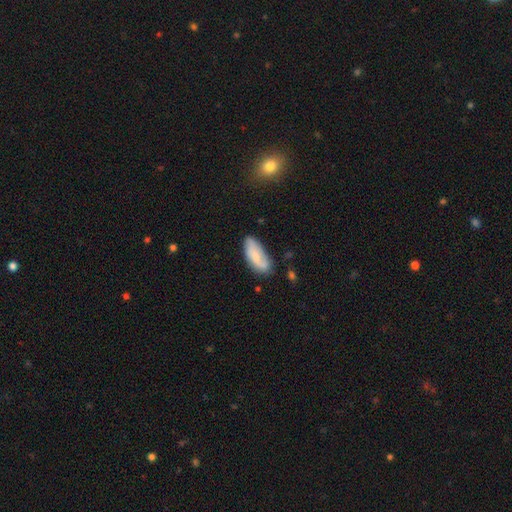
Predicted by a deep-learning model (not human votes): This is likely a smooth galaxy (63%). How rounded: clearly in between (84%). Merging: likely none (62%).